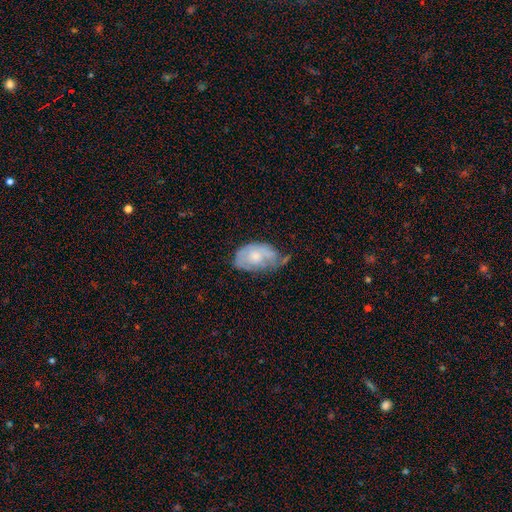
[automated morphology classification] smooth-or-featured: smooth: 47% | featured or disk: 46% | star or artifact: 7%
  merging: minor disturbance: 43% | none: 34% | major disturbance: 20% | merger: 4%